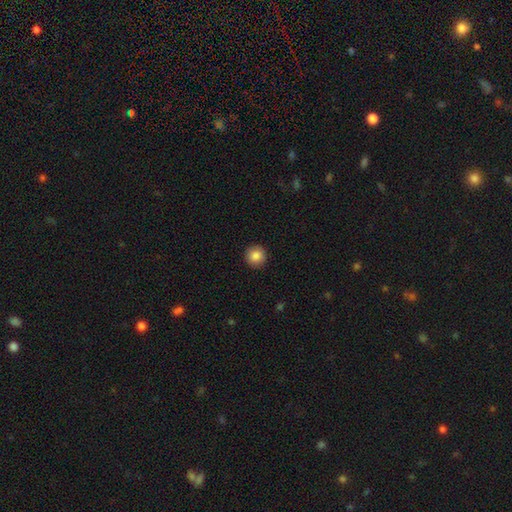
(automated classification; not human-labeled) A smooth galaxy with no disk features (86%) that is round (95%).

Vote fractions:
- Smooth or featured? smooth: 86% / star or artifact: 9% / featured or disk: 5%
- How rounded? round: 95% / in between: 4% / cigar-shaped: 1%
- Merging? none: 92% / minor disturbance: 5% / major disturbance: 2% / merger: 1%